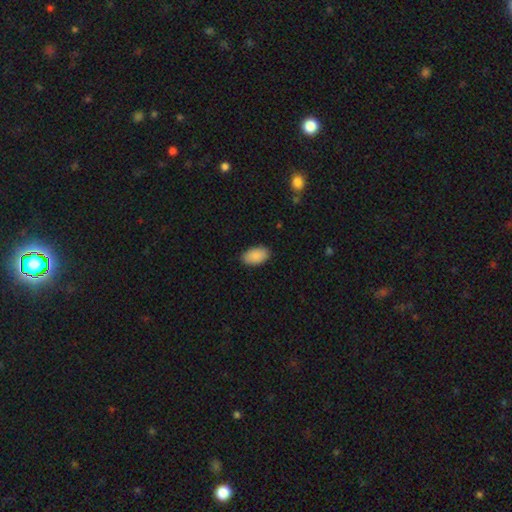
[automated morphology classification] type=smooth (90%); roundness=in between (95%); merging=none (87%).